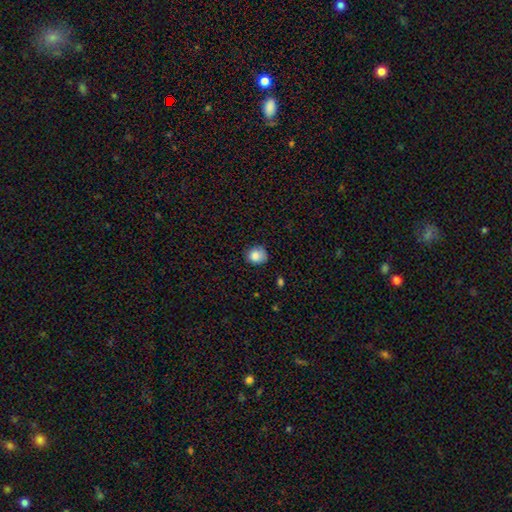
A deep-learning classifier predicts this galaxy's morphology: This is clearly a smooth galaxy (85%). How rounded: likely round (78%). Merging: likely none (70%).